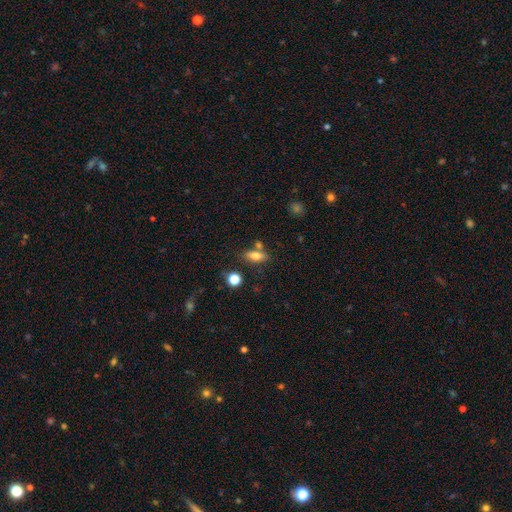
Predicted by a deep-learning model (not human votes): smooth-or-featured: smooth: 71% | featured or disk: 19% | star or artifact: 9%
  how-rounded: in between: 68% | cigar-shaped: 26% | round: 6%
  merging: none: 67% | merger: 15% | minor disturbance: 13% | major disturbance: 4%